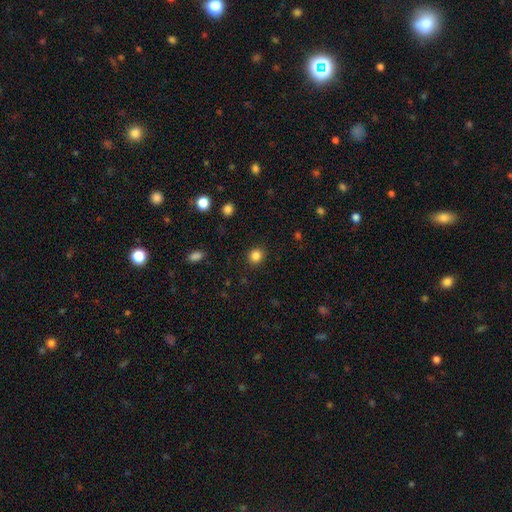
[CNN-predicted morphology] This is clearly a smooth galaxy (85%). How rounded: clearly round (85%). Merging: clearly none (90%).